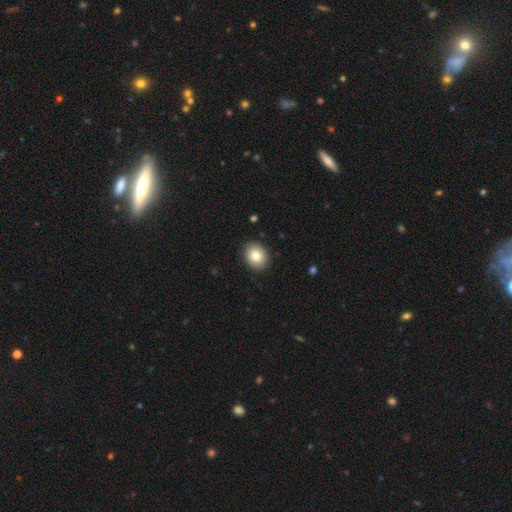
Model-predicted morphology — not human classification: This appears to be a smooth galaxy with no disk features (82%) that is round (54%). Merging: none (90%).